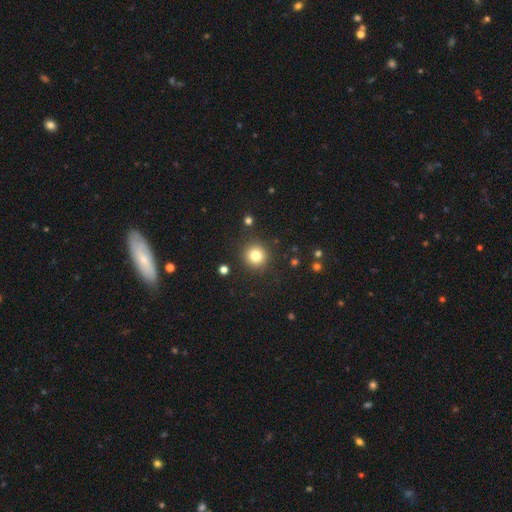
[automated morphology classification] Smooth or featured? smooth (81%)
How rounded? round (93%)
Merging? none (89%)